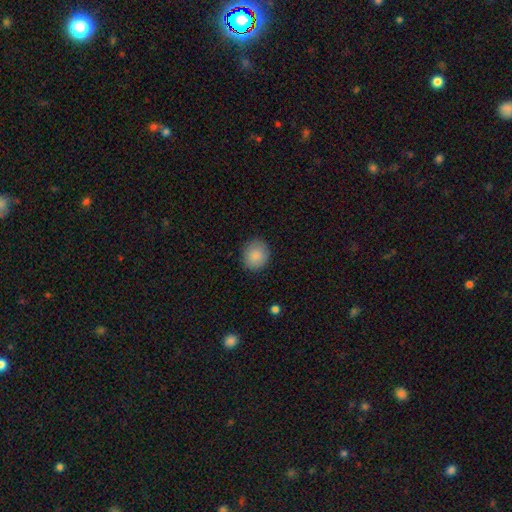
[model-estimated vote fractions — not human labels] This appears to be a smooth galaxy with no disk features (87%) that is round (81%). Merging: none (88%).